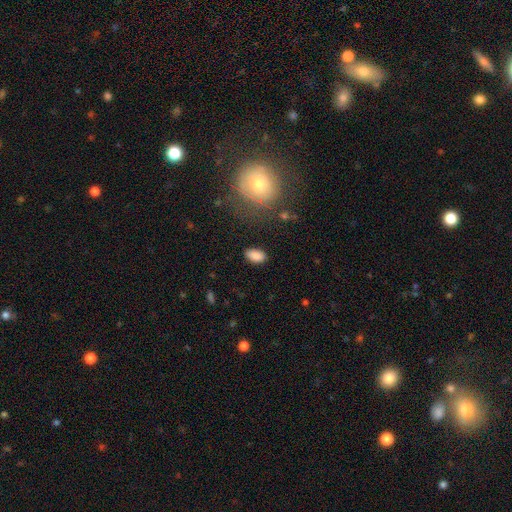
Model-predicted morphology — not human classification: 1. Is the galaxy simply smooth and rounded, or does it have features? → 87% smooth, 8% star or artifact, 5% featured or disk.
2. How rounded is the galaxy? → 92% in between, 6% round, 2% cigar-shaped.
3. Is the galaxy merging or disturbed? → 85% none, 10% minor disturbance, 3% major disturbance, 2% merger.